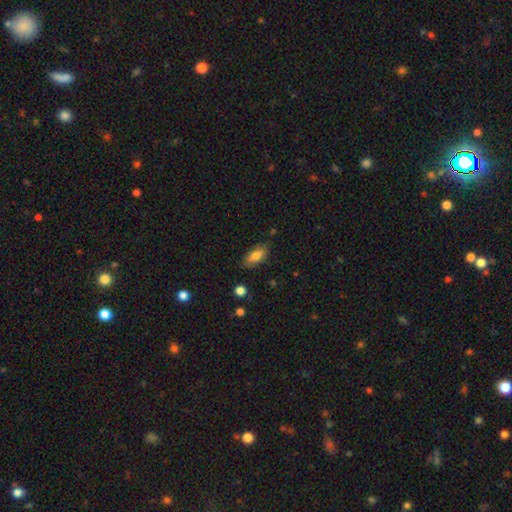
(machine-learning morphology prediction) A smooth galaxy with no disk features (79%) that is in between round and cigar-shaped (83%). Merging: none (80%).